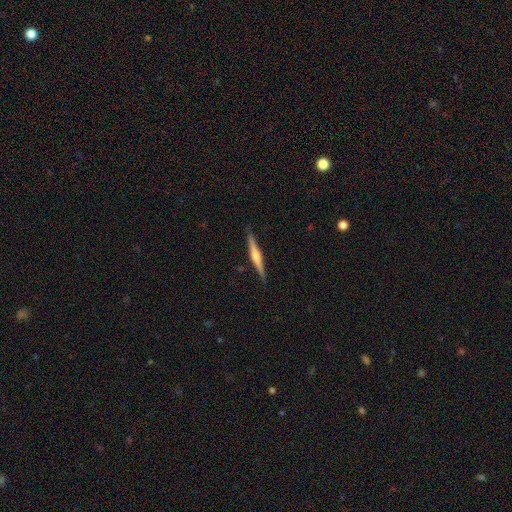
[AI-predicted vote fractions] This appears to be a featured or disk galaxy (68%) viewed edge-on (98%) with a rounded central bulge (74%). Merging: none (90%).